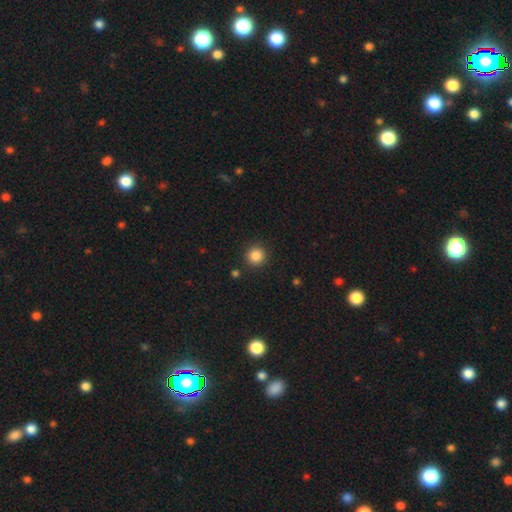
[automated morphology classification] Smooth or featured?
  - smooth: 86% *
  - star or artifact: 11%
  - featured or disk: 4%
How rounded?
  - round: 94% *
  - in between: 5%
  - cigar-shaped: 1%
Merging?
  - none: 90% *
  - minor disturbance: 6%
  - major disturbance: 2%
  - merger: 2%